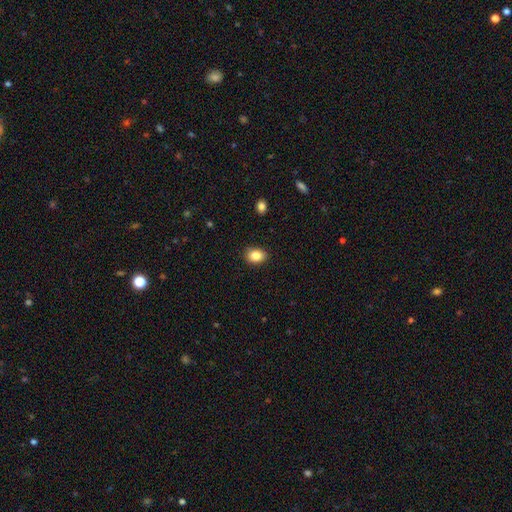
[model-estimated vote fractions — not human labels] smooth_or_featured: smooth (p=0.85) [alt: star or artifact p=0.09]
how_rounded: in between (p=0.68) [alt: round p=0.31]
merging: none (p=0.87) [alt: minor disturbance p=0.10]